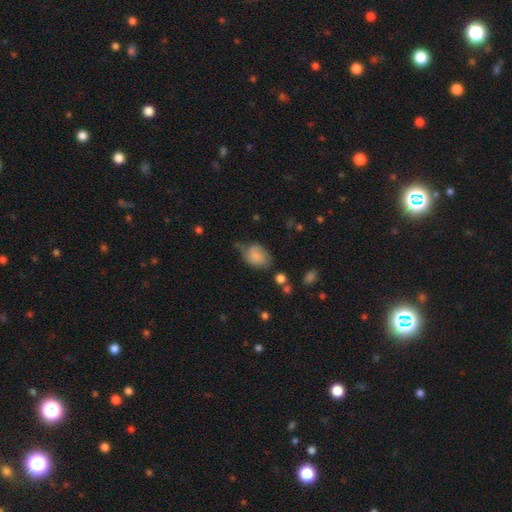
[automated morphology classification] Smooth or featured? Predicted: smooth (p=0.74). How rounded? Predicted: in between (p=0.74). Merging? Predicted: none (p=0.43).